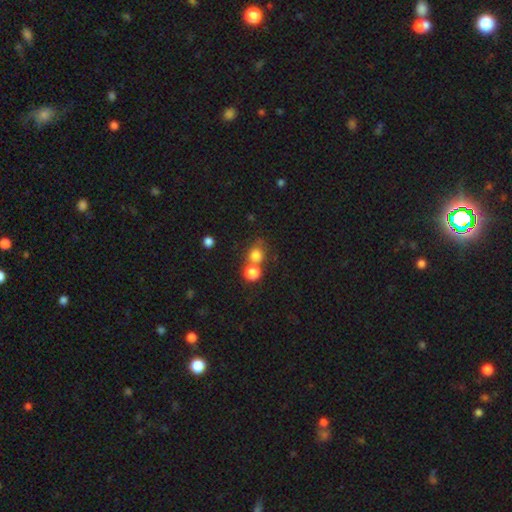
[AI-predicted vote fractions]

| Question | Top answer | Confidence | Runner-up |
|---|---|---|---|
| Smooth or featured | smooth | 79% | star or artifact (13%) |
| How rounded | round | 84% | in between (15%) |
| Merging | none | 49% | merger (39%) |